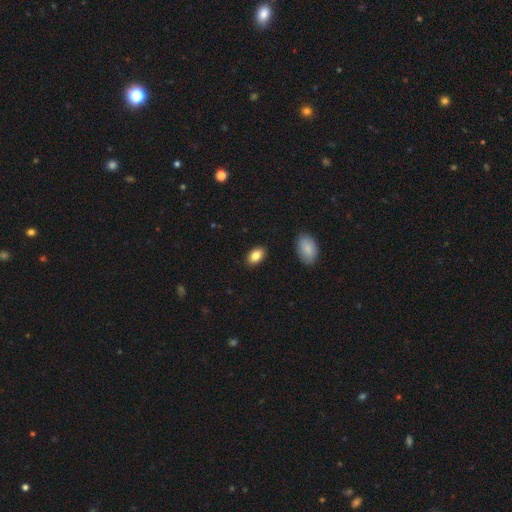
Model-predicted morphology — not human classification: Smooth or featured? Predicted: smooth (p=0.84). How rounded? Predicted: in between (p=0.91). Merging? Predicted: none (p=0.88).